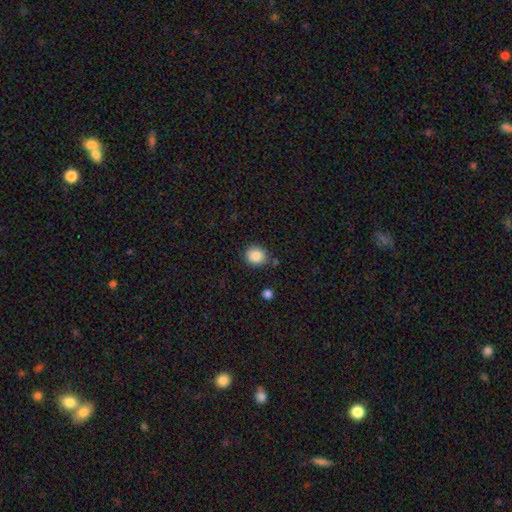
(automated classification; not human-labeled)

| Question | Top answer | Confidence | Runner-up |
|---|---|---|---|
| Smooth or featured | smooth | 87% | star or artifact (9%) |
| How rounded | round | 76% | in between (23%) |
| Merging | none | 82% | minor disturbance (11%) |